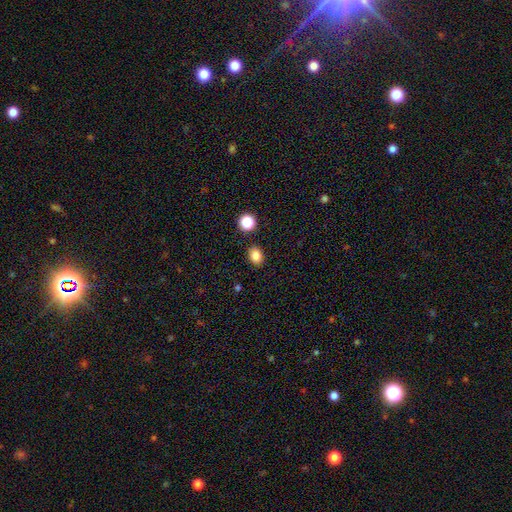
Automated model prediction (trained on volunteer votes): smooth-or-featured: smooth: 84% | star or artifact: 11% | featured or disk: 5%
  how-rounded: in between: 56% | round: 43% | cigar-shaped: 1%
  merging: none: 86% | minor disturbance: 8% | merger: 3% | major disturbance: 2%